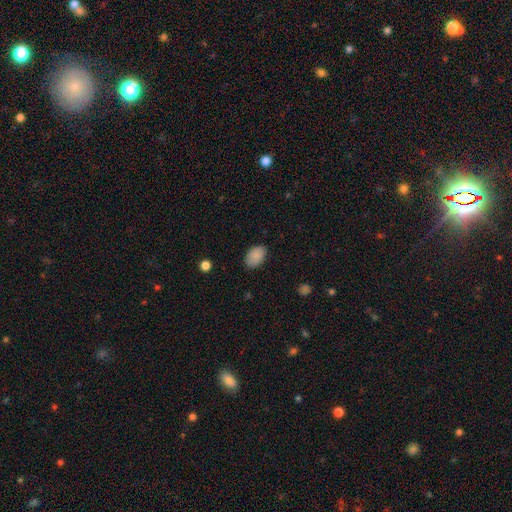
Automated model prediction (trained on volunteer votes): Q: Smooth or featured?
A: smooth (88%); runner-up: star or artifact (8%)
Q: How rounded?
A: in between (89%); runner-up: round (10%)
Q: Merging?
A: none (84%); runner-up: minor disturbance (12%)